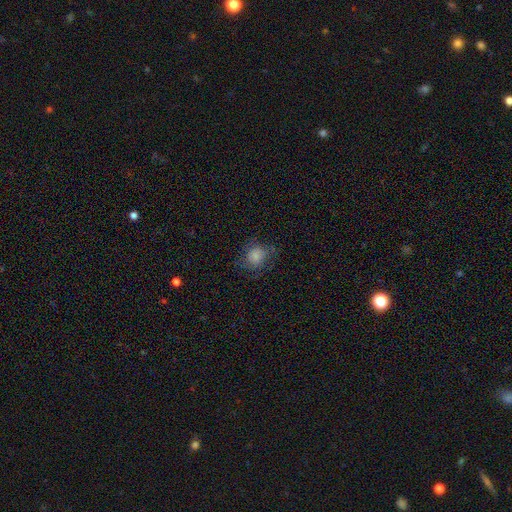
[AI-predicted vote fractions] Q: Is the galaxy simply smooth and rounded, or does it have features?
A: smooth — 75%.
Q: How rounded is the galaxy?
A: round — 74%.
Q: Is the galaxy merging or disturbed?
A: none — 63%.